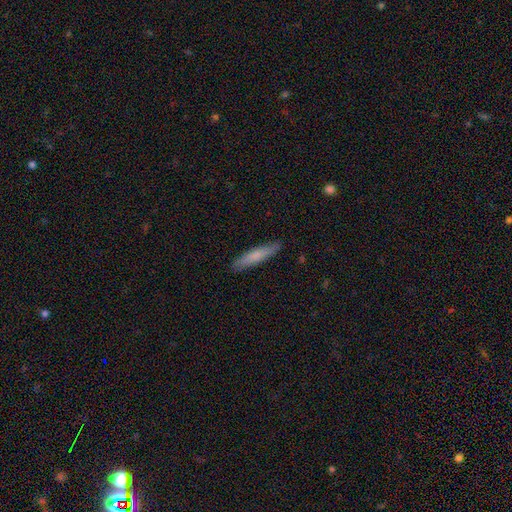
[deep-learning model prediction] Smooth or featured? Predicted: smooth (p=0.73). How rounded? Predicted: cigar-shaped (p=0.89). Merging? Predicted: none (p=0.88).